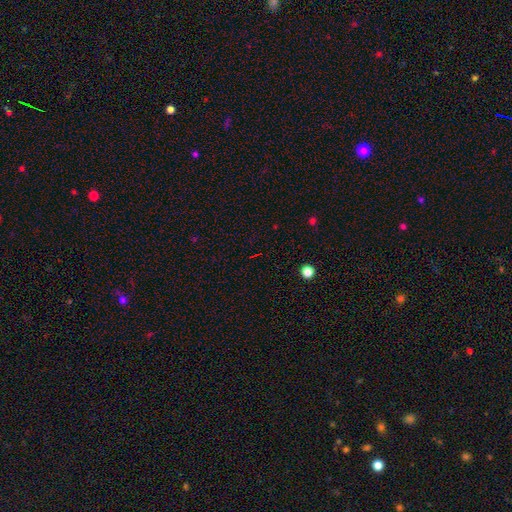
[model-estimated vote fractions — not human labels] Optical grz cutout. It shows a star or artifact, not a galaxy (69%).